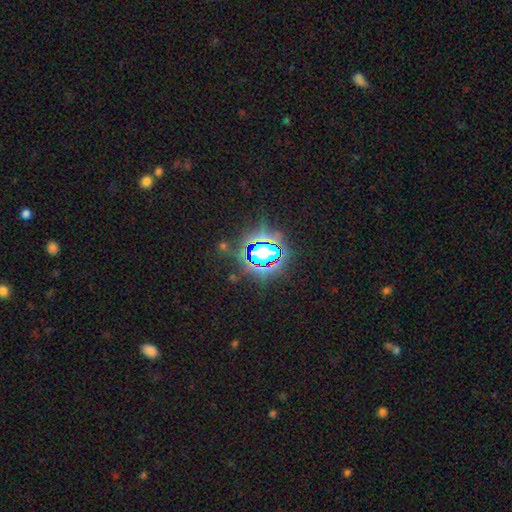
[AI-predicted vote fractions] Q: Smooth or featured?
A: star or artifact (78%); runner-up: smooth (14%)